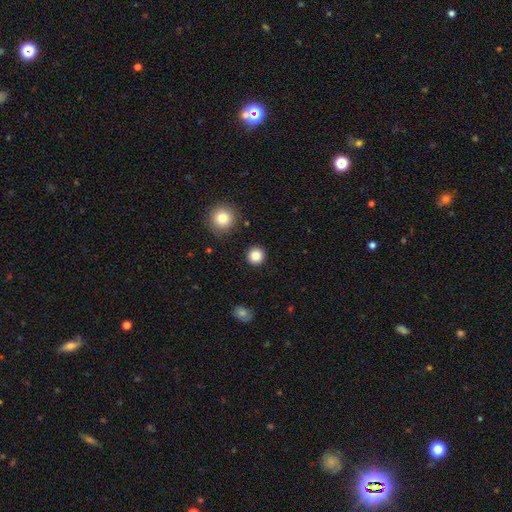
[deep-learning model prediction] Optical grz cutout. It shows a smooth galaxy with no disk features (85%) that is round (95%). Merging: none (92%).